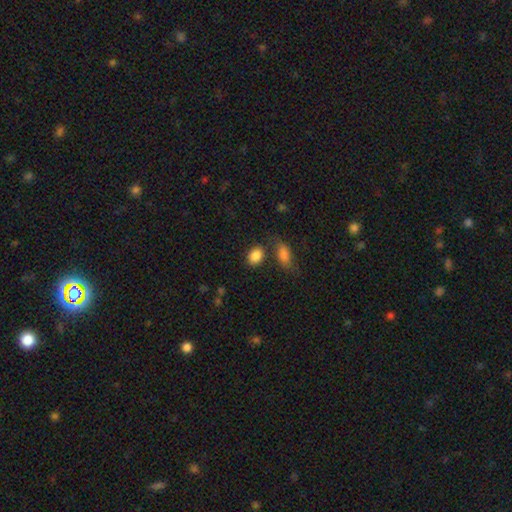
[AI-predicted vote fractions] Overall: smooth (86%). How rounded: in between (72%). Merging: none (71%).